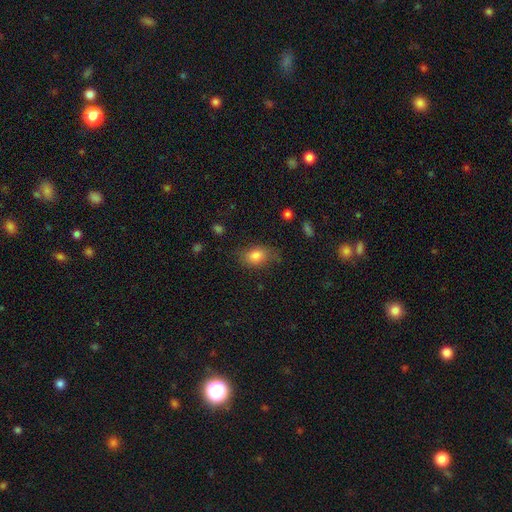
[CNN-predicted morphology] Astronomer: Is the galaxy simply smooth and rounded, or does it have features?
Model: smooth — 80%.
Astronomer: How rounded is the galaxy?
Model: in between — 78%.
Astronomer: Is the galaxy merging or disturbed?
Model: none — 67%.